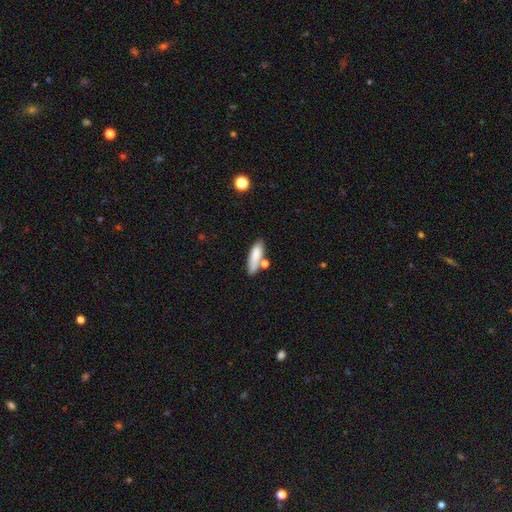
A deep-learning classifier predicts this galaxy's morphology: A smooth galaxy with no disk features (81%) that is in between round and cigar-shaped (49%).

Vote fractions:
- Smooth or featured? smooth: 81% / featured or disk: 12% / star or artifact: 7%
- How rounded? in between: 49% / cigar-shaped: 48% / round: 3%
- Merging? none: 62% / merger: 17% / minor disturbance: 17% / major disturbance: 5%